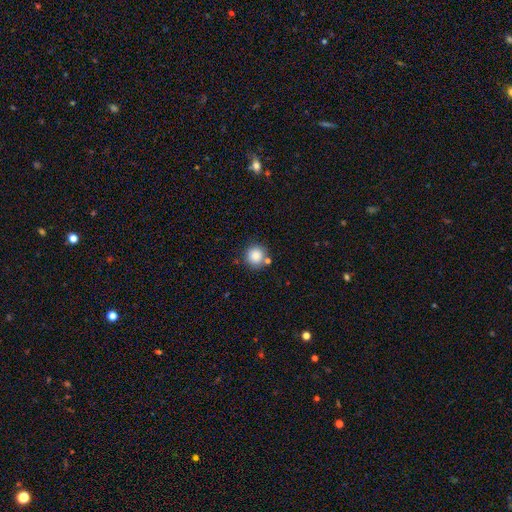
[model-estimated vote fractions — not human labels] A smooth galaxy with no disk features (86%) that is round (93%). Merging: none (78%).